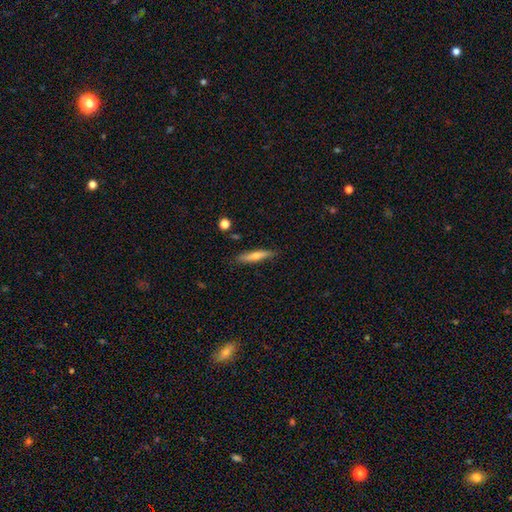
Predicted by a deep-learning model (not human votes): The model was most divided on "smooth or featured": smooth: 59%, featured or disk: 34%, star or artifact: 7%. More confident: how rounded — cigar-shaped (86%); merging — none (85%).